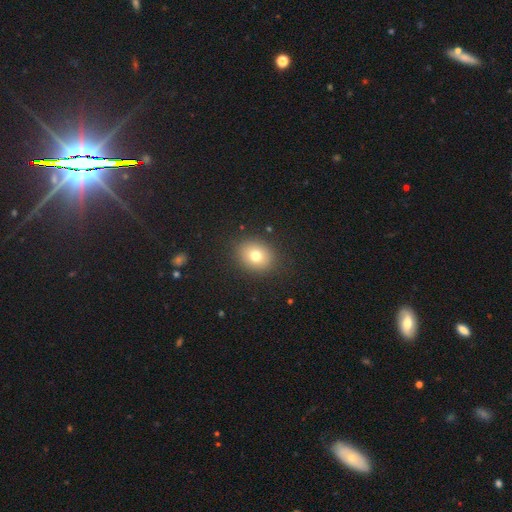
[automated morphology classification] The model was most divided on "how rounded": round: 54%, in between: 45%, cigar-shaped: 1%. More confident: merging — none (88%); smooth or featured — smooth (76%).